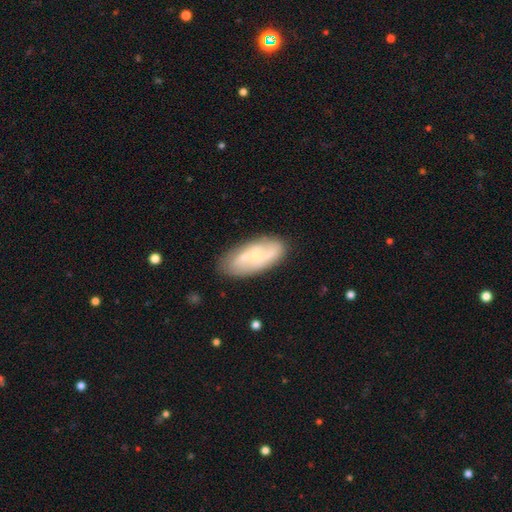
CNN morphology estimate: Overall: featured or disk (54%; smooth 39%). Edge-on disk: no (90%). Merging: none (79%).